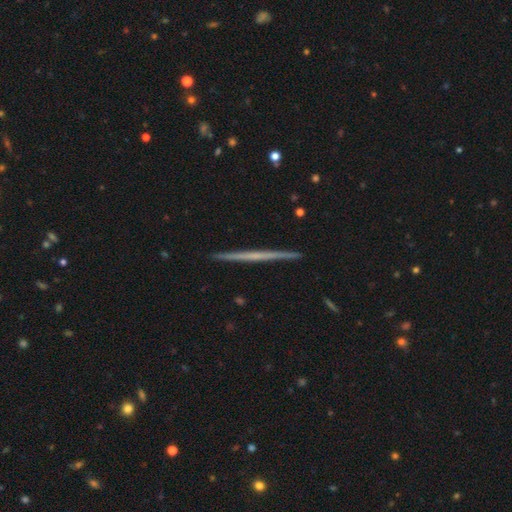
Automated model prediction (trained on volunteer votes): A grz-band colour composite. It shows a featured or disk galaxy (66%) viewed edge-on (98%) with no central bulge (87%). Merging: none (93%).